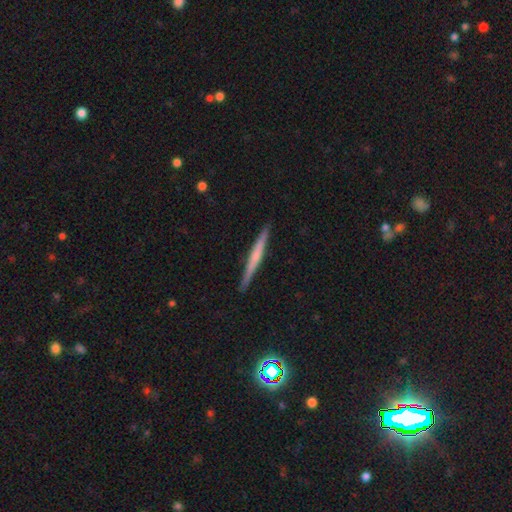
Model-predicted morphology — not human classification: Smooth or featured?
  - featured or disk: 56% *
  - smooth: 38%
  - star or artifact: 6%
Edge-on disk?
  - yes: 98% *
  - no: 2%
Edge-on bulge?
  - none: 55% *
  - rounded: 34%
  - boxy: 11%
Merging?
  - none: 91% *
  - minor disturbance: 7%
  - major disturbance: 1%
  - merger: 1%